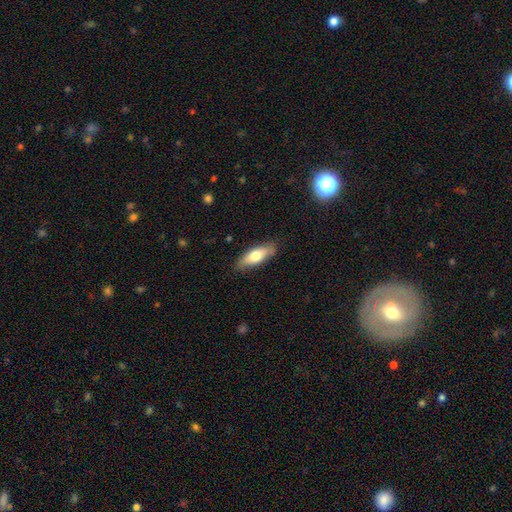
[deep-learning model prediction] A smooth galaxy with no disk features (66%) that is in between round and cigar-shaped (64%). Merging: none (83%).